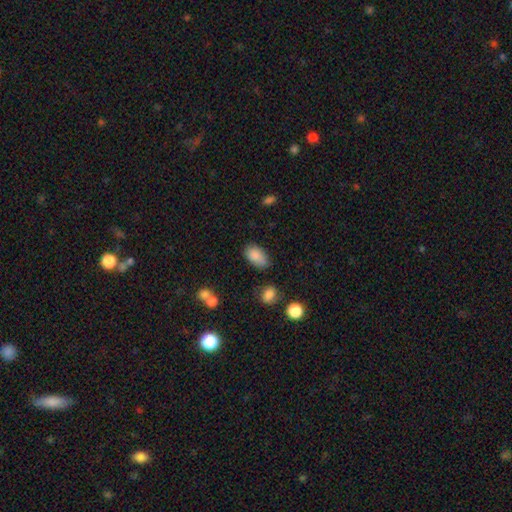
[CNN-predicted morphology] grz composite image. It shows a smooth galaxy with no disk features (85%) that is in between round and cigar-shaped (92%). Merging: none (68%).